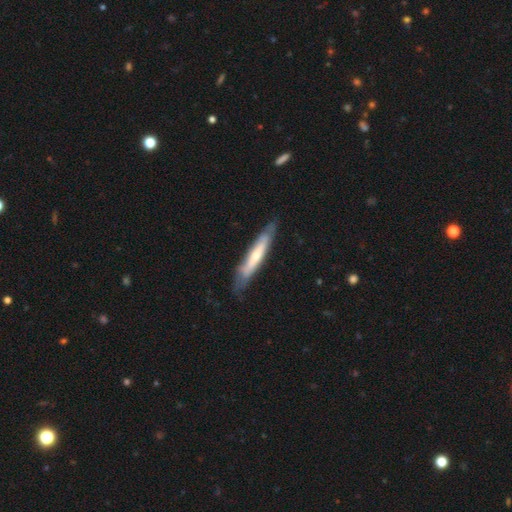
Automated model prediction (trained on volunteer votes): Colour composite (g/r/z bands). It shows a featured or disk galaxy (48%). Merging: none (75%).